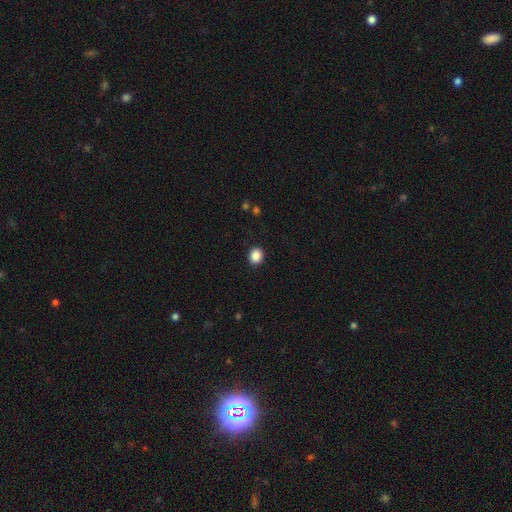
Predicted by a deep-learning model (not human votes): This is clearly a smooth galaxy (88%). How rounded: likely round (73%). Merging: clearly none (92%).